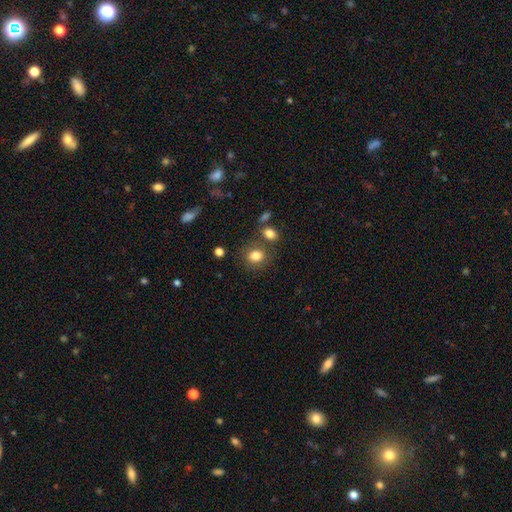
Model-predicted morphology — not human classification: Smooth or featured? smooth (82%)
How rounded? round (55%)
Merging? none (73%)